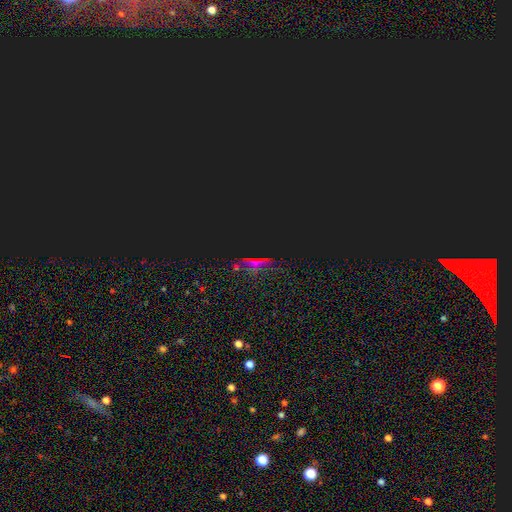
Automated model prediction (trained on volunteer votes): Smooth or featured?
  - star or artifact: 72% *
  - smooth: 18%
  - featured or disk: 10%